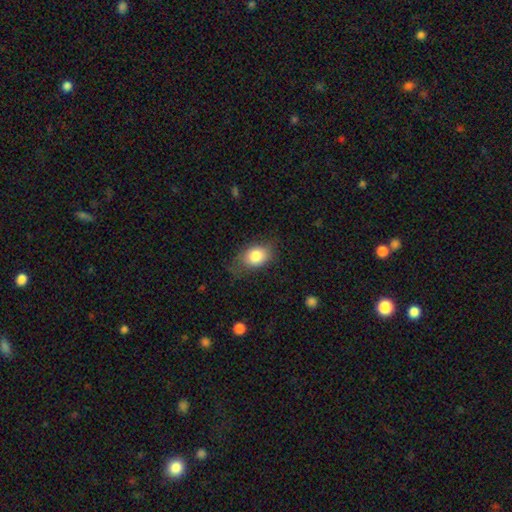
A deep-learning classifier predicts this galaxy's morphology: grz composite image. It shows a smooth galaxy with no disk features (82%) that is in between round and cigar-shaped (73%). Merging: none (65%).